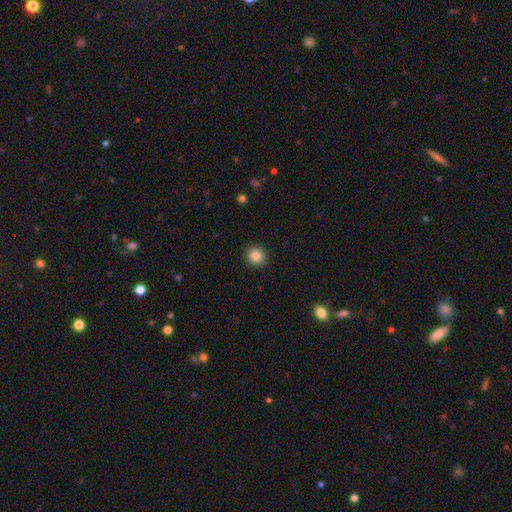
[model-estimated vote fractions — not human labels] smooth_or_featured: smooth (p=0.86) [alt: star or artifact p=0.10]
how_rounded: round (p=0.91) [alt: in between p=0.08]
merging: none (p=0.92) [alt: minor disturbance p=0.05]